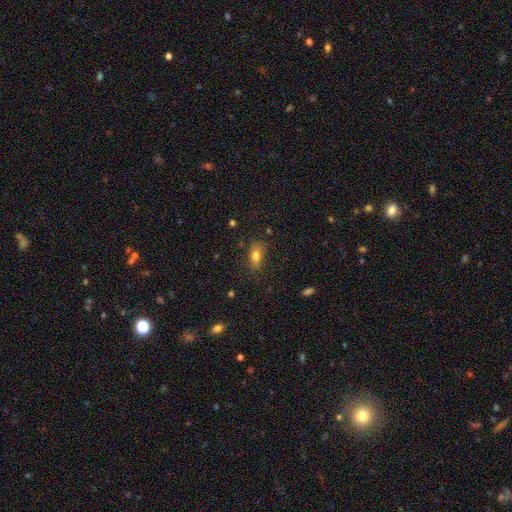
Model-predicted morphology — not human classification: The model was most divided on "merging": none: 73%, minor disturbance: 19%, major disturbance: 6%, merger: 2%. More confident: how rounded — in between (81%); smooth or featured — smooth (76%).